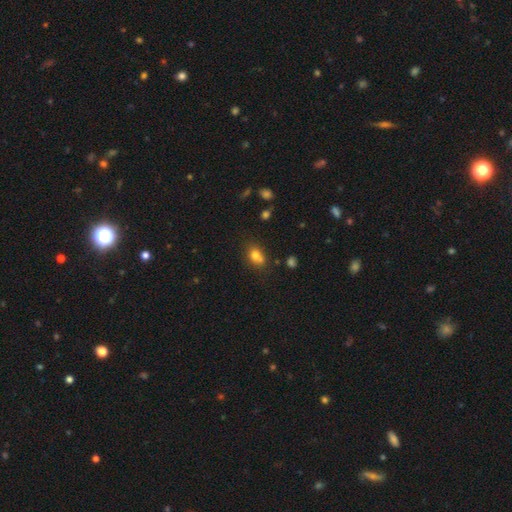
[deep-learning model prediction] Morphology: type=smooth (76%); roundness=in between (55%); merging=none (49%).